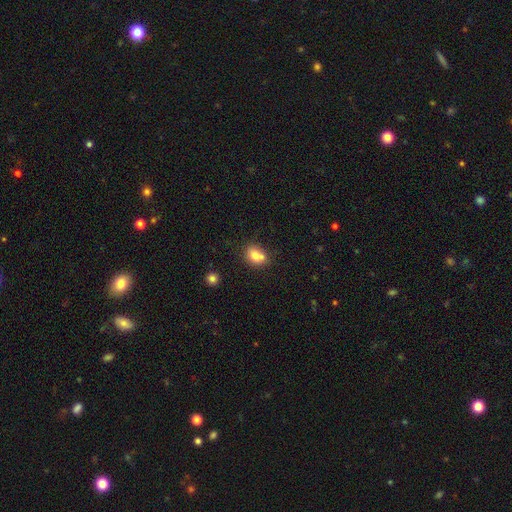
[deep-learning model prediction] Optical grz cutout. It shows a smooth galaxy with no disk features (76%) that is in between round and cigar-shaped (54%). Merging: none (48%).